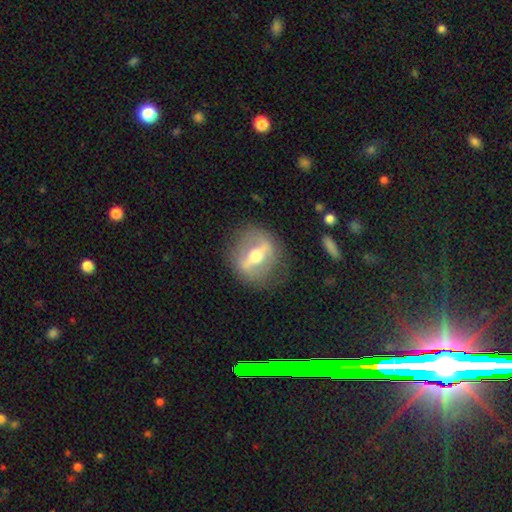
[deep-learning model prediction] Overall: featured or disk (76%). Edge-on disk: no (67%; yes 33%). Bar: strong (78%). Spiral arms: no (76%). Bulge size: moderate (72%). Merging: none (81%).